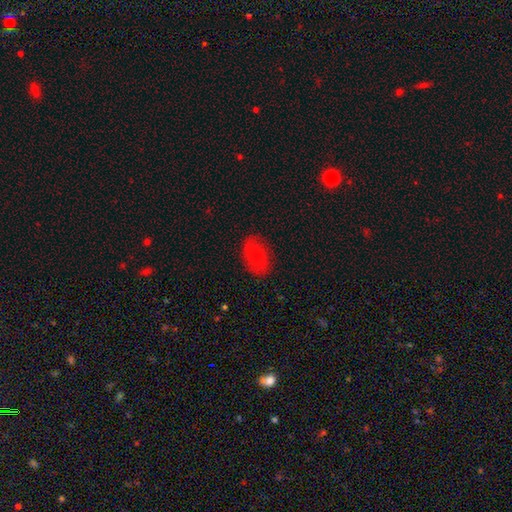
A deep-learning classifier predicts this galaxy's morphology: A smooth galaxy with no disk features (67%) that is in between round and cigar-shaped (79%).

Vote fractions:
- Smooth or featured? smooth: 67% / featured or disk: 23% / star or artifact: 10%
- How rounded? in between: 79% / round: 20% / cigar-shaped: 1%
- Merging? none: 80% / minor disturbance: 14% / major disturbance: 4% / merger: 1%